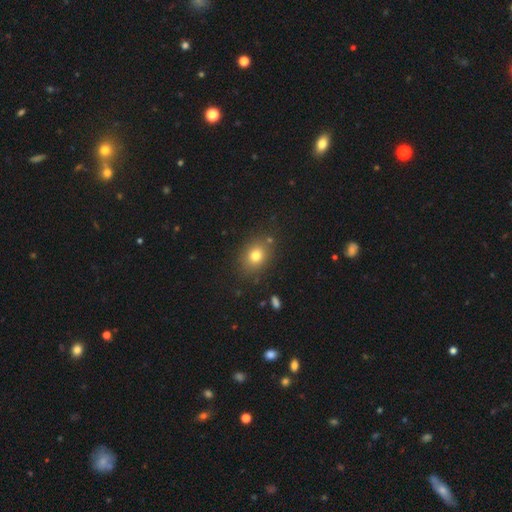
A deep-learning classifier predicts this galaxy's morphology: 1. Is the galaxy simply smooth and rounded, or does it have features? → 77% smooth, 13% star or artifact, 10% featured or disk.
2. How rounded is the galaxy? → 50% in between, 49% round, 1% cigar-shaped.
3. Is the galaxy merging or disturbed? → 83% none, 10% minor disturbance, 3% merger, 3% major disturbance.